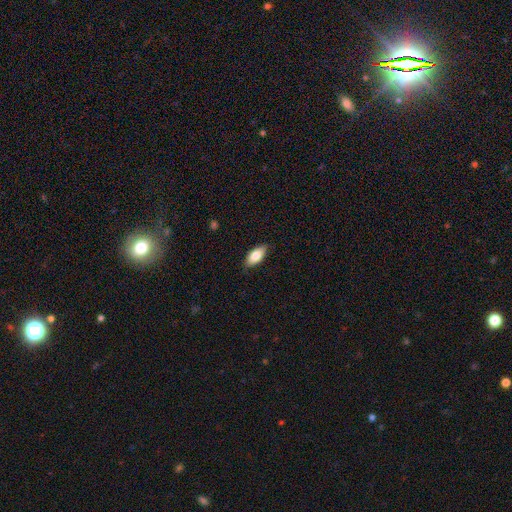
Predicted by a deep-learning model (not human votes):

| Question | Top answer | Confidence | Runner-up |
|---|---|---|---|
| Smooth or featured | smooth | 81% | featured or disk (13%) |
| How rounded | in between | 89% | cigar-shaped (8%) |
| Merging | none | 83% | minor disturbance (13%) |